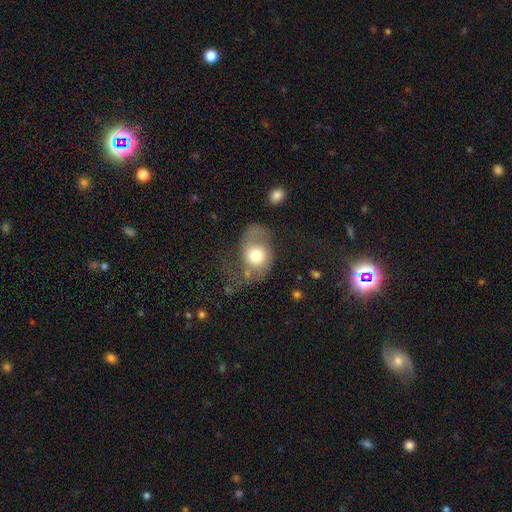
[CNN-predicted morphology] Smooth or featured?
  - smooth: 48% *
  - featured or disk: 44%
  - star or artifact: 8%
Merging?
  - major disturbance: 44% *
  - none: 30%
  - minor disturbance: 21%
  - merger: 5%